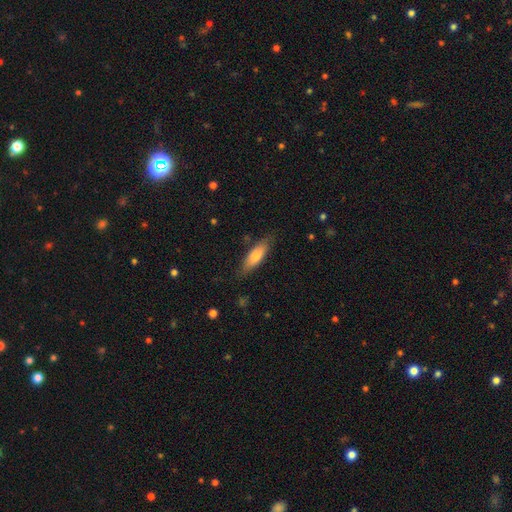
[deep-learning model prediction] Q: Smooth or featured?
A: smooth (72%); runner-up: featured or disk (22%)
Q: How rounded?
A: cigar-shaped (49%); tied with: in between (49%)
Q: Merging?
A: none (80%); runner-up: minor disturbance (15%)